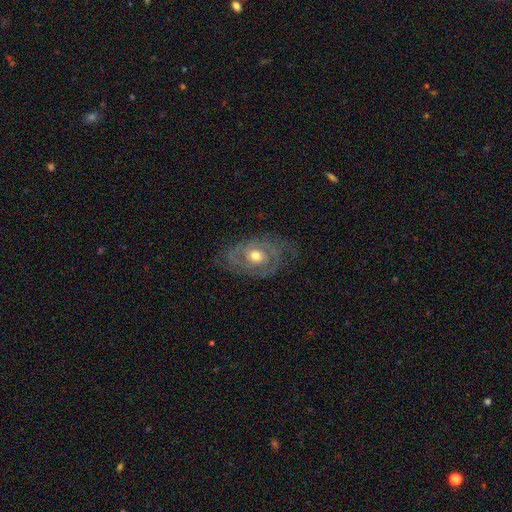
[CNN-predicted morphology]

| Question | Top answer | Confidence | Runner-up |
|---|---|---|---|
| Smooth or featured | featured or disk | 83% | smooth (11%) |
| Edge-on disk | no | 95% | yes (5%) |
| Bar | no | 75% | weak (20%) |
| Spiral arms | yes | 89% | no (11%) |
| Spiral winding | tight | 58% | medium (32%) |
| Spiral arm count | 2 | 48% | can't tell (25%) |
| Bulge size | moderate | 70% | small (24%) |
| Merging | none | 70% | minor disturbance (19%) |